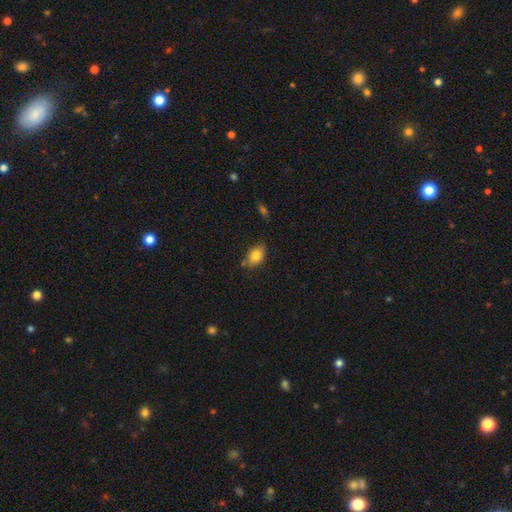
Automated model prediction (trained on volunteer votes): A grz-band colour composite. It shows a smooth galaxy with no disk features (81%) that is in between round and cigar-shaped (85%). Merging: none (67%).